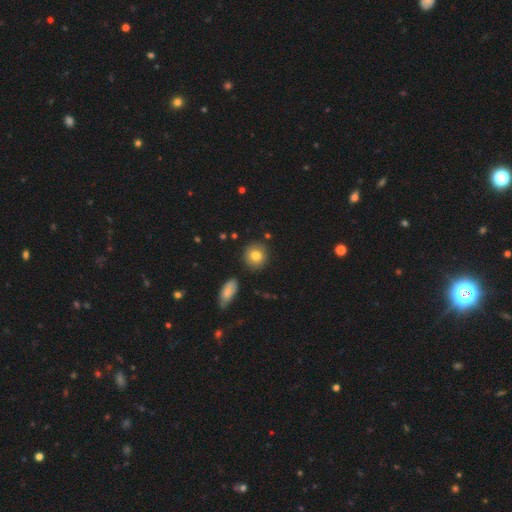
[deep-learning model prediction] Smooth or featured?
  - smooth: 81% *
  - featured or disk: 10%
  - star or artifact: 8%
How rounded?
  - round: 88% *
  - in between: 11%
  - cigar-shaped: 1%
Merging?
  - none: 87% *
  - minor disturbance: 8%
  - merger: 3%
  - major disturbance: 2%